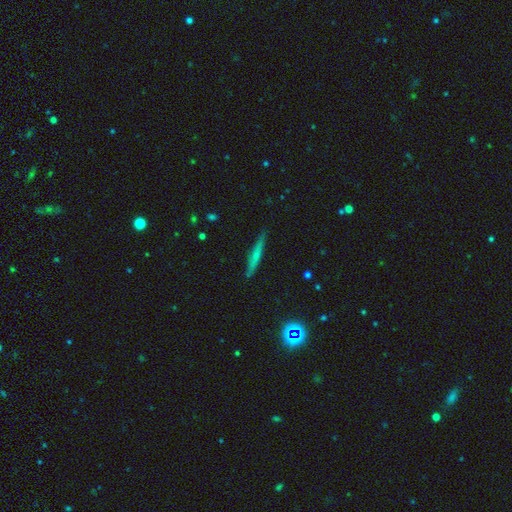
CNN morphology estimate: Overall: smooth (45%, tied with featured or disk). Merging: none (87%).